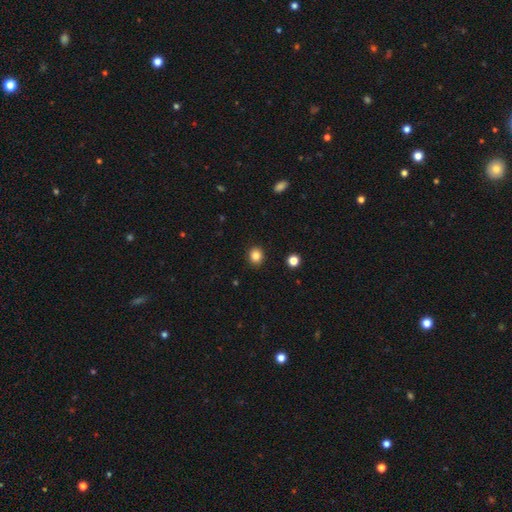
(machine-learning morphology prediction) Smooth or featured? Predicted: smooth (p=0.85). How rounded? Predicted: round (p=0.81). Merging? Predicted: none (p=0.91).